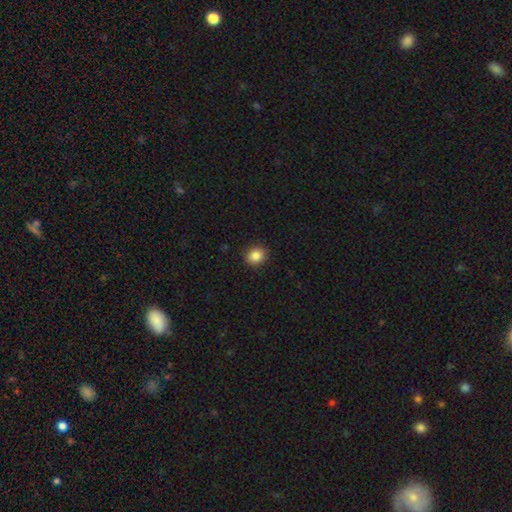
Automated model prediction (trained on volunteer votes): This is clearly a smooth galaxy (86%). How rounded: likely round (73%). Merging: clearly none (91%).